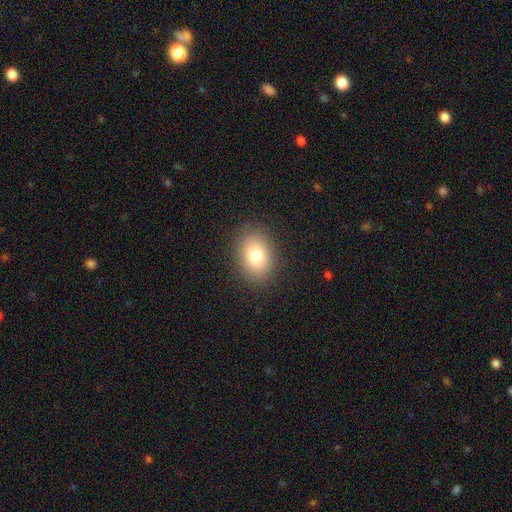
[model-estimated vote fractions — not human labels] This appears to be a smooth galaxy with no disk features (78%) that is in between round and cigar-shaped (68%). Merging: none (88%).